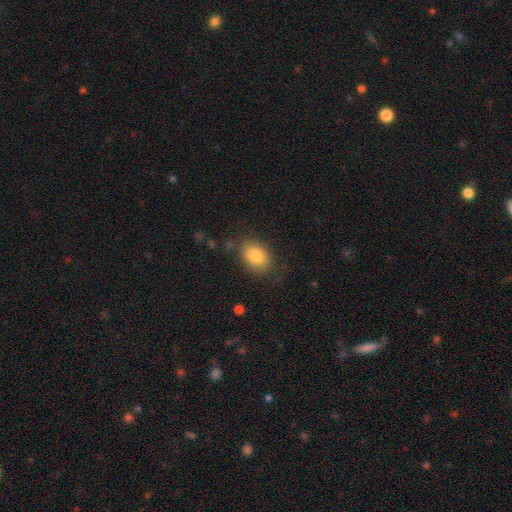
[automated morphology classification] Overall: smooth (82%). How rounded: in between (79%). Merging: none (80%).